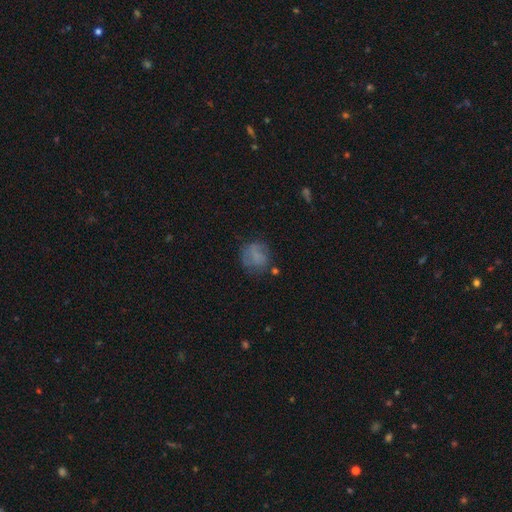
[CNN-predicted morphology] Q: Smooth or featured?
A: smooth (63%); runner-up: featured or disk (25%)
Q: How rounded?
A: round (77%); runner-up: in between (22%)
Q: Merging?
A: none (62%); runner-up: minor disturbance (22%)